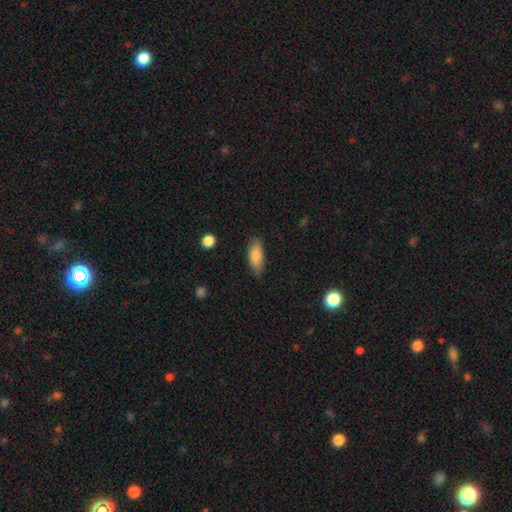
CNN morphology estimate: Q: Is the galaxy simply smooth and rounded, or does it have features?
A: smooth — 84%.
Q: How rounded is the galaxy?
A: in between — 78%.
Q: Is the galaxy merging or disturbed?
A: none — 76%.